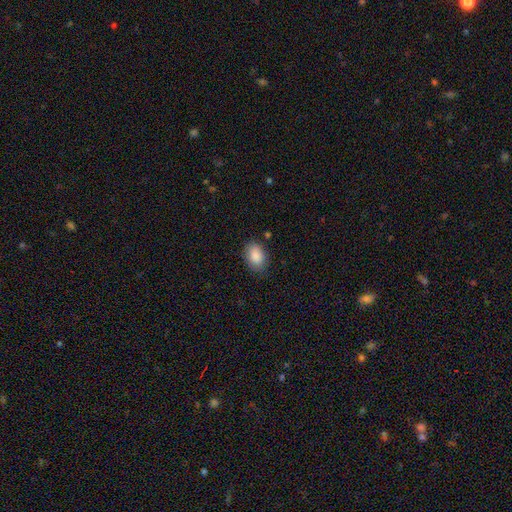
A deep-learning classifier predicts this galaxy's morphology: The model was most divided on "merging": none: 83%, minor disturbance: 13%, major disturbance: 3%, merger: 1%. More confident: smooth or featured — smooth (89%); how rounded — in between (85%).